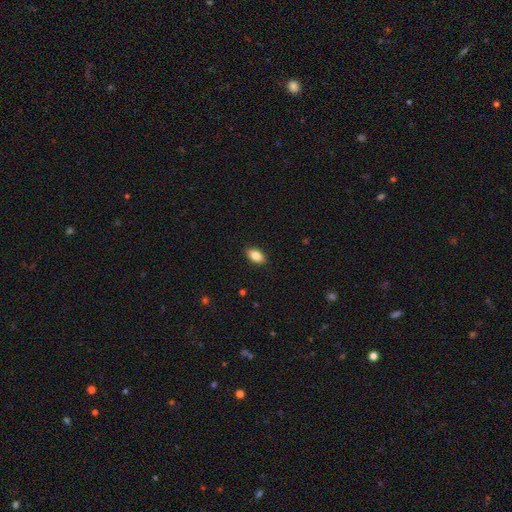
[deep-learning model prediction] The model was most divided on "smooth or featured": smooth: 82%, featured or disk: 10%, star or artifact: 7%. More confident: how rounded — in between (91%); merging — none (89%).